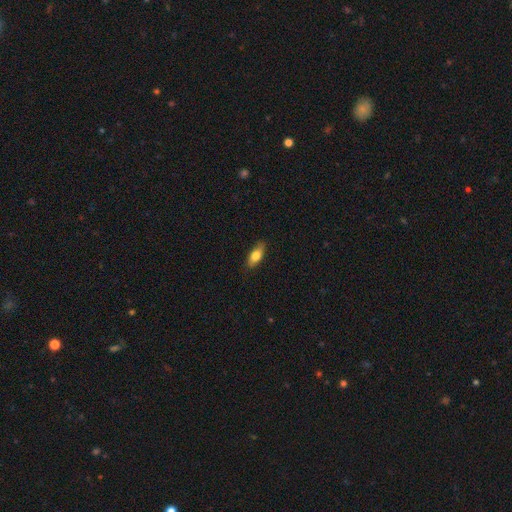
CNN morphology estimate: smooth 78%, featured or disk 15%, star or artifact 7%. Down the decision tree: how rounded — in between (79%); merging — none (83%).